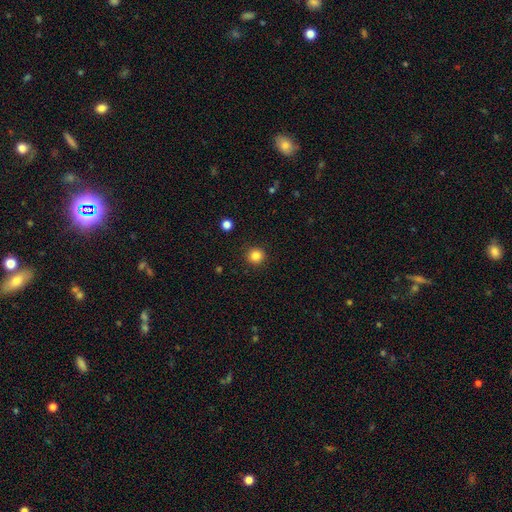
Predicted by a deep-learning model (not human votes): This appears to be a smooth galaxy with no disk features (84%) that is round (94%). Merging: none (92%).